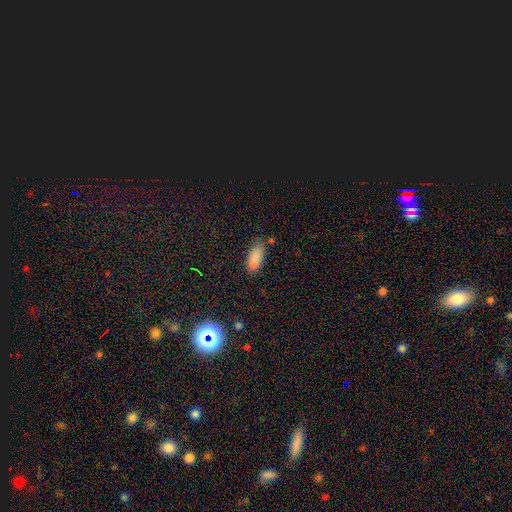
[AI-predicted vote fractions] smooth 84%, star or artifact 9%, featured or disk 7%. Down the decision tree: how rounded — in between (81%); merging — none (67%).